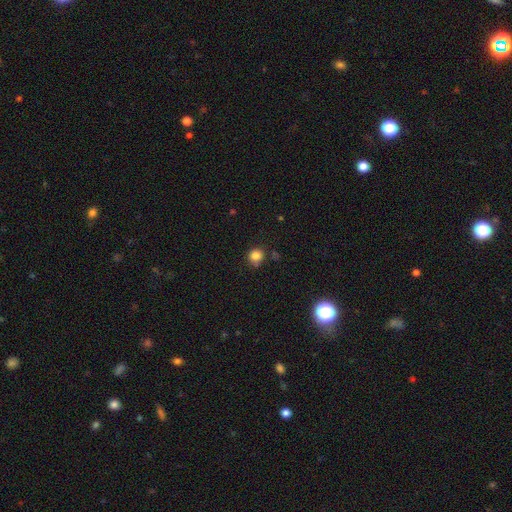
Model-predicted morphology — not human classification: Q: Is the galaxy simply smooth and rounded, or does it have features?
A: smooth — 83%.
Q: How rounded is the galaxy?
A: round — 88%.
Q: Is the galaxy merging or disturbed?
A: none — 76%.